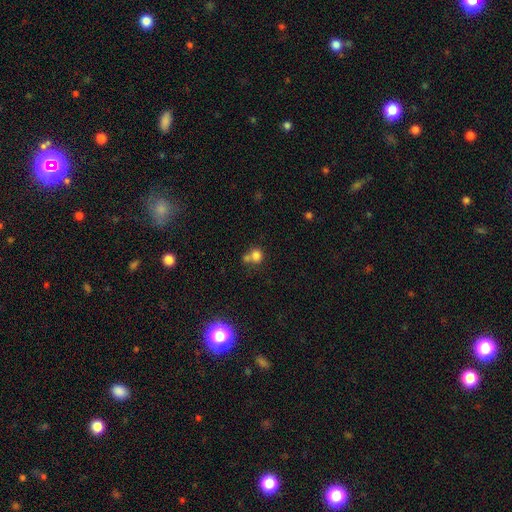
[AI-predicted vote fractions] A smooth galaxy with no disk features (78%) that is round (77%). Merging: merger (43%).